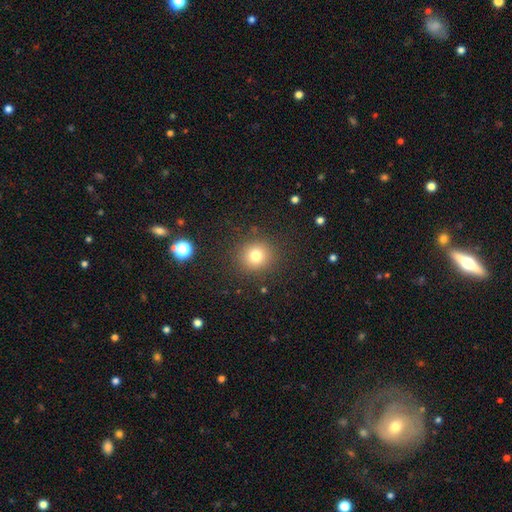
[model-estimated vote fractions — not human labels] This is likely a smooth galaxy (77%). How rounded: clearly round (89%). Merging: clearly none (88%).